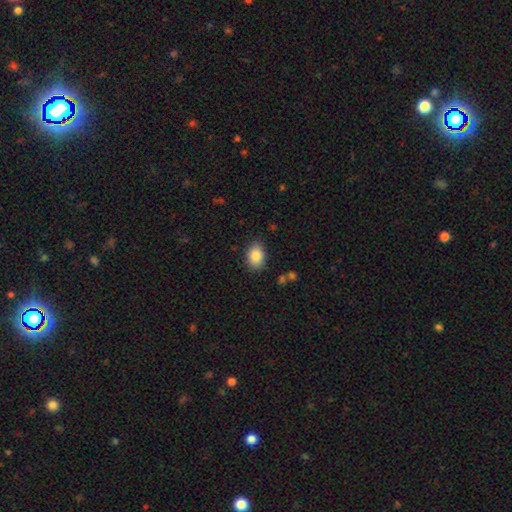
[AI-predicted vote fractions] Smooth or featured? smooth (88%)
How rounded? in between (79%)
Merging? none (83%)